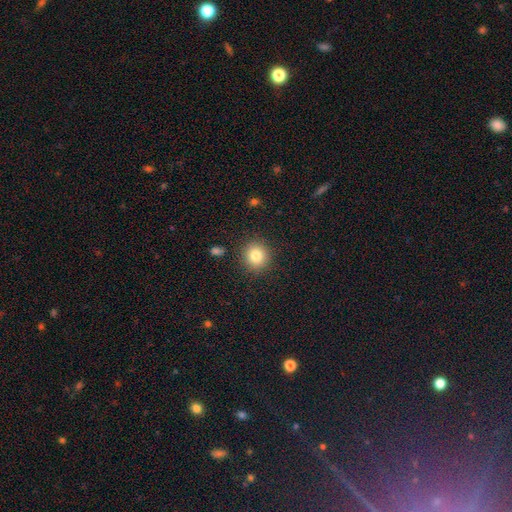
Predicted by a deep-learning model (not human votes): smooth_or_featured: smooth (p=0.80) [alt: star or artifact p=0.11]
how_rounded: round (p=0.90) [alt: in between p=0.09]
merging: none (p=0.89) [alt: minor disturbance p=0.07]